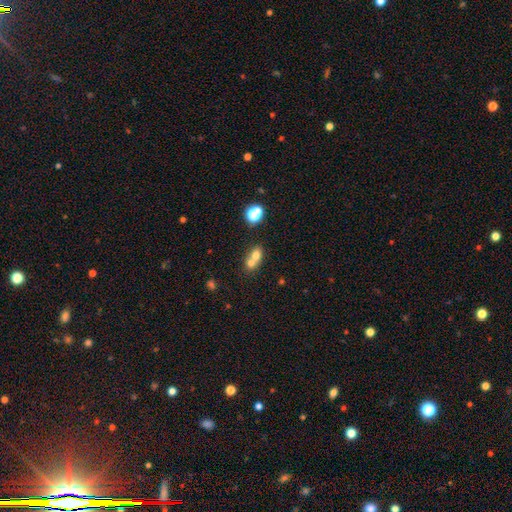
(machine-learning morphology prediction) A smooth galaxy with no disk features (67%) that is round (57%). Merging: merger (67%).